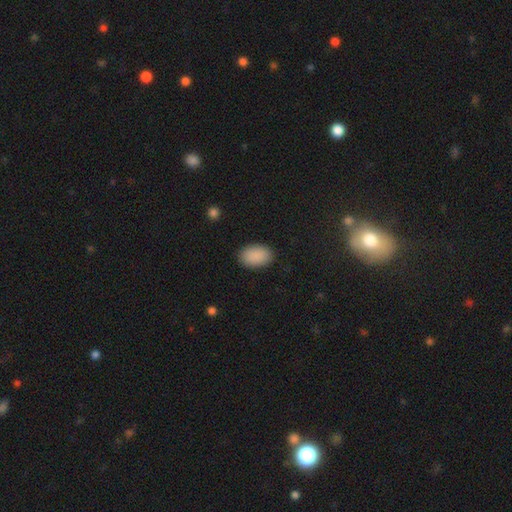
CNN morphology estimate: Smooth or featured?
  - smooth: 90% *
  - star or artifact: 7%
  - featured or disk: 3%
How rounded?
  - in between: 92% *
  - round: 7%
  - cigar-shaped: 1%
Merging?
  - none: 88% *
  - minor disturbance: 8%
  - major disturbance: 2%
  - merger: 1%